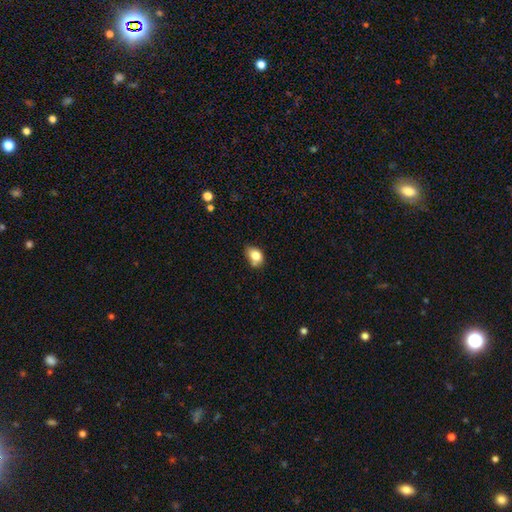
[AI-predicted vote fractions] Morphology: type=smooth (80%); roundness=in between (73%); merging=none (49%).